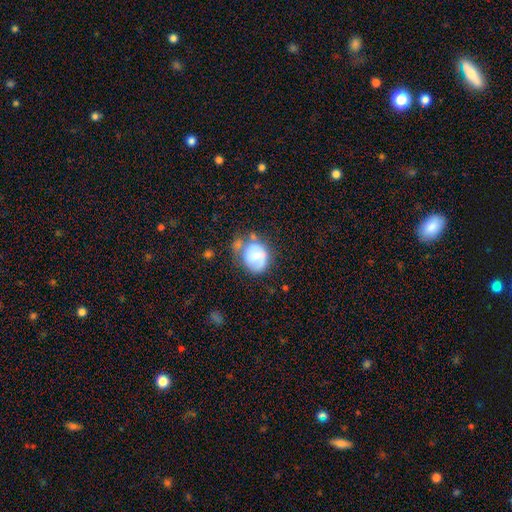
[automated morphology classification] This is likely a smooth galaxy (69%). How rounded: likely round (66%). Merging: marginally none (38%).